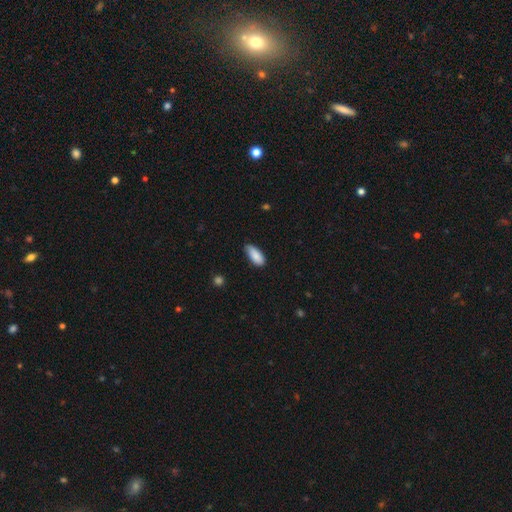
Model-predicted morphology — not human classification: type=smooth (87%); roundness=in between (86%); merging=none (73%).